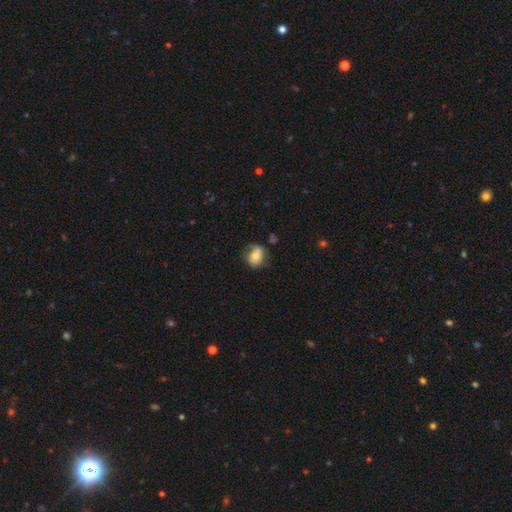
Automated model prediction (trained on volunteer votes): A smooth galaxy with no disk features (64%) that is in between round and cigar-shaped (50%).

Vote fractions:
- Smooth or featured? smooth: 64% / featured or disk: 27% / star or artifact: 9%
- How rounded? in between: 50% / round: 49% / cigar-shaped: 1%
- Merging? none: 51% / minor disturbance: 29% / major disturbance: 14% / merger: 5%